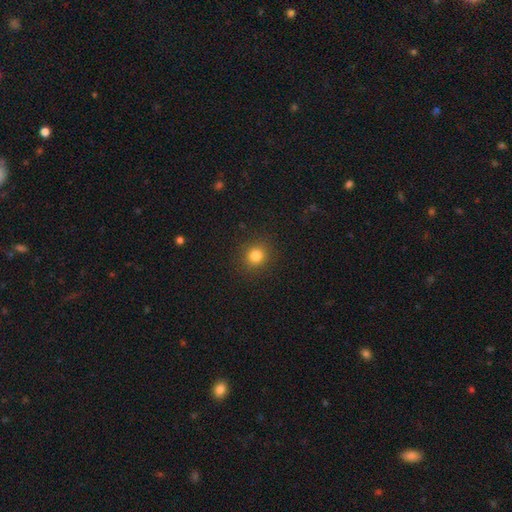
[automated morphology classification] Smooth or featured?
  - smooth: 82% *
  - star or artifact: 13%
  - featured or disk: 5%
How rounded?
  - round: 89% *
  - in between: 10%
  - cigar-shaped: 1%
Merging?
  - none: 91% *
  - minor disturbance: 6%
  - major disturbance: 2%
  - merger: 1%